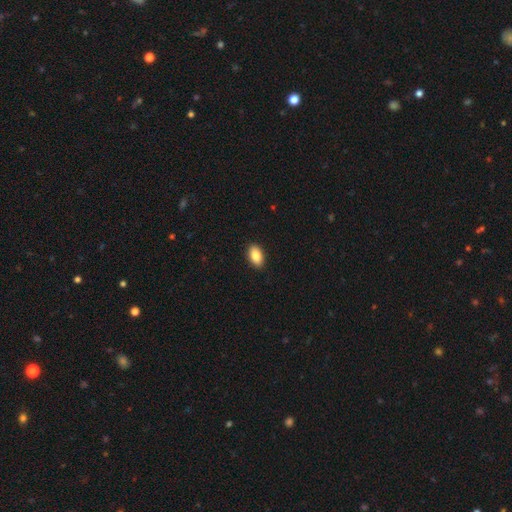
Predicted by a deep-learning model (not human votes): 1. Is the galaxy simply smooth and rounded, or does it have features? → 87% smooth, 7% star or artifact, 6% featured or disk.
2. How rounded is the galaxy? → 92% in between, 5% round, 2% cigar-shaped.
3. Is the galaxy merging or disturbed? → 90% none, 7% minor disturbance, 2% major disturbance, 1% merger.